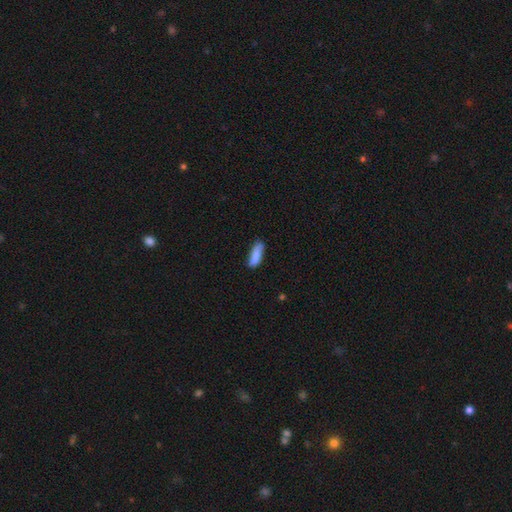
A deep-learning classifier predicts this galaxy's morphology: smooth-or-featured: smooth: 84% | featured or disk: 9% | star or artifact: 7%
  how-rounded: cigar-shaped: 53% | in between: 45% | round: 2%
  merging: none: 66% | minor disturbance: 25% | major disturbance: 6% | merger: 4%